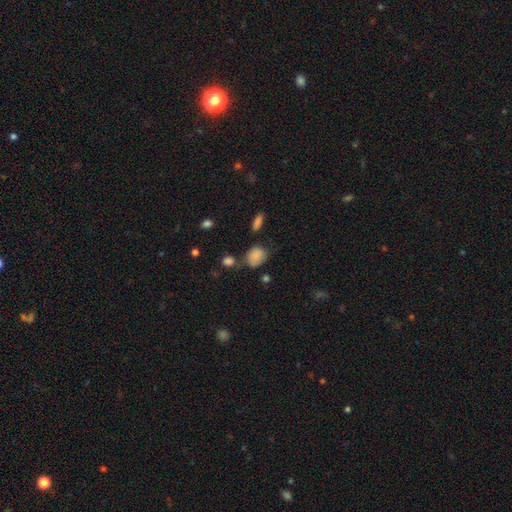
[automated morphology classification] A smooth galaxy with no disk features (83%) that is in between round and cigar-shaped (54%).

Vote fractions:
- Smooth or featured? smooth: 83% / star or artifact: 9% / featured or disk: 7%
- How rounded? in between: 54% / round: 45% / cigar-shaped: 1%
- Merging? none: 55% / minor disturbance: 28% / merger: 9% / major disturbance: 8%